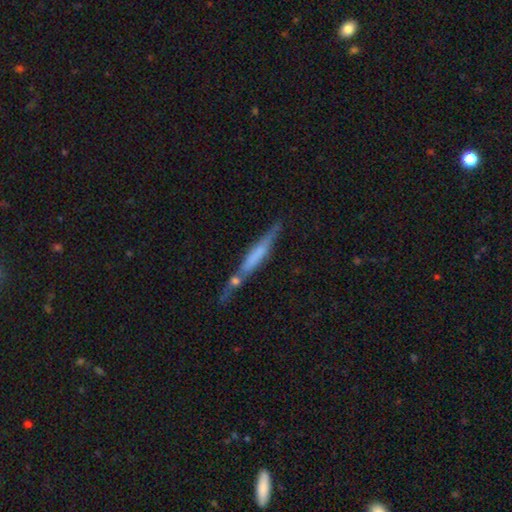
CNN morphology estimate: featured or disk 54%, smooth 39%, star or artifact 7%. Down the decision tree: edge-on disk — yes (93%); edge-on bulge — none (40%); merging — none (60%).